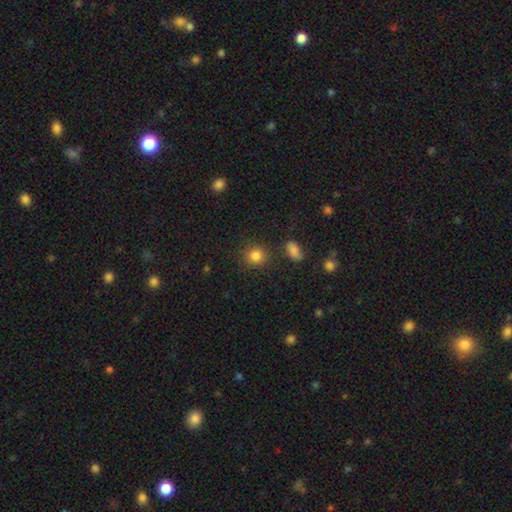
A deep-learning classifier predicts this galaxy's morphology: Smooth or featured? smooth (84%)
How rounded? round (88%)
Merging? none (85%)